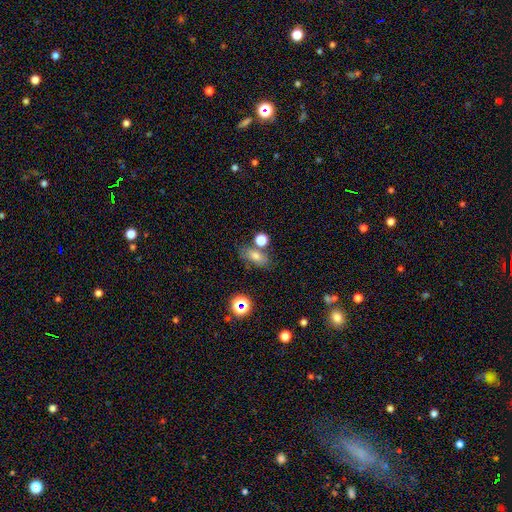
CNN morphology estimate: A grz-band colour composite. It shows a smooth galaxy with no disk features (69%) that is in between round and cigar-shaped (79%). Merging: none (64%).